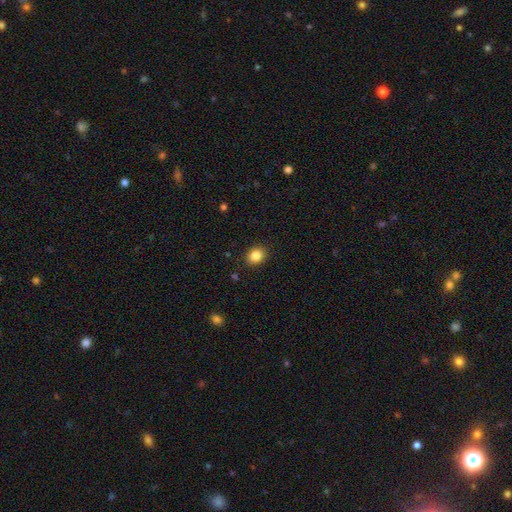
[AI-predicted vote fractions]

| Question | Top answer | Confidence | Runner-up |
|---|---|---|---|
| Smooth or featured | smooth | 85% | star or artifact (10%) |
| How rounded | round | 55% | in between (45%) |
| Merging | none | 90% | minor disturbance (7%) |